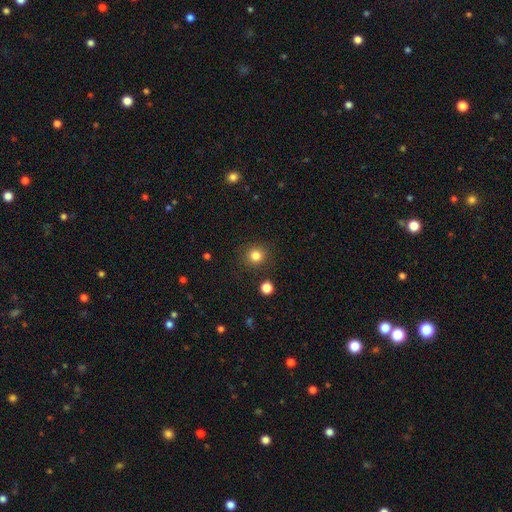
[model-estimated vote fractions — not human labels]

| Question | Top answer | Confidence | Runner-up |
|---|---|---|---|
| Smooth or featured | smooth | 83% | star or artifact (12%) |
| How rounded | round | 91% | in between (9%) |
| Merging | none | 88% | minor disturbance (7%) |